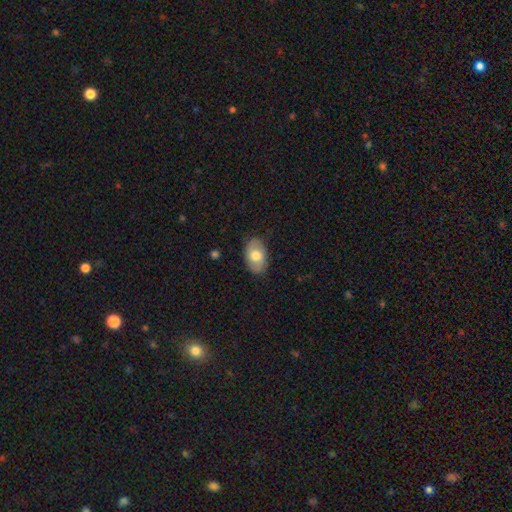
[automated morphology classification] type=smooth (68%); roundness=in between (90%); merging=none (83%).